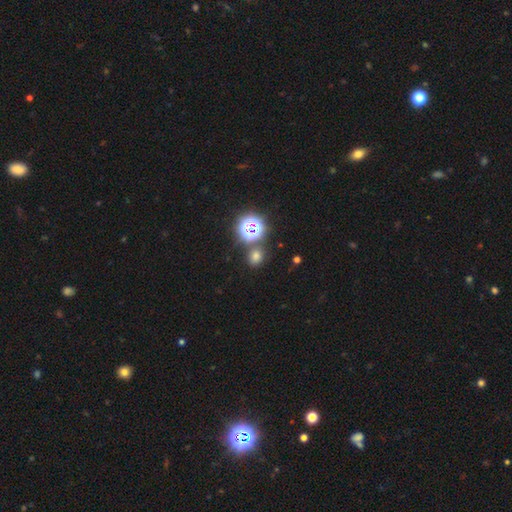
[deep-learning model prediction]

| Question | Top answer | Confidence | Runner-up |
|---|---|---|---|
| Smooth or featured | smooth | 64% | star or artifact (29%) |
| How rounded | round | 72% | in between (27%) |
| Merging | none | 78% | minor disturbance (9%) |